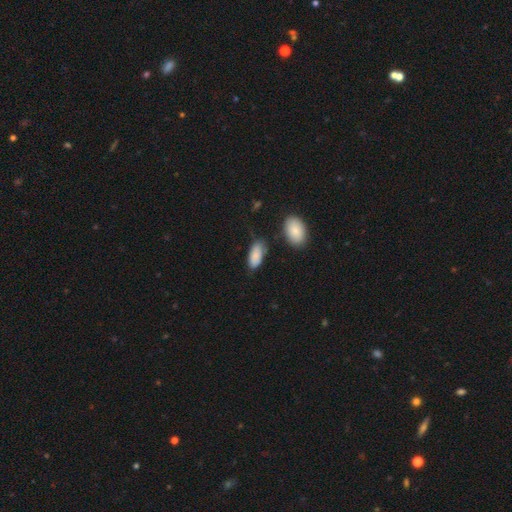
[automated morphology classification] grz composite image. It shows a smooth galaxy with no disk features (86%) that is in between round and cigar-shaped (90%). Merging: none (63%).